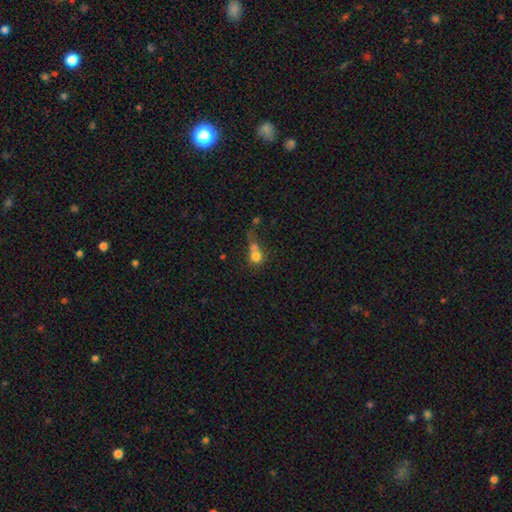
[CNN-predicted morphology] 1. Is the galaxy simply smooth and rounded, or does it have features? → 74% smooth, 14% featured or disk, 13% star or artifact.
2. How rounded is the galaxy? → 80% round, 19% in between, 2% cigar-shaped.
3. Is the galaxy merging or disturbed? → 55% merger, 27% none, 9% minor disturbance, 9% major disturbance.